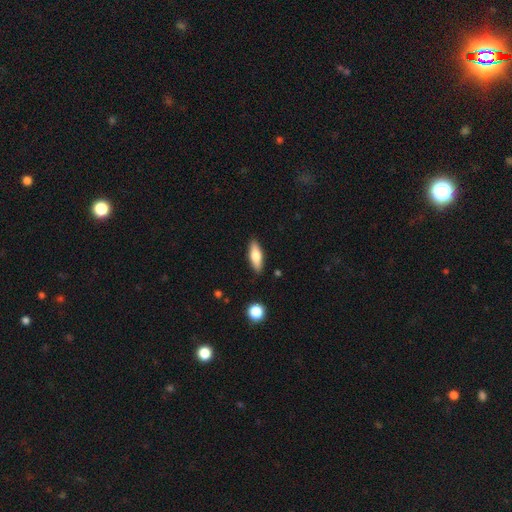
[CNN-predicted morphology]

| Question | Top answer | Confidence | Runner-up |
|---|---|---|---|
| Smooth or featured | smooth | 70% | featured or disk (24%) |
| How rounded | in between | 58% | cigar-shaped (40%) |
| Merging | none | 88% | minor disturbance (9%) |